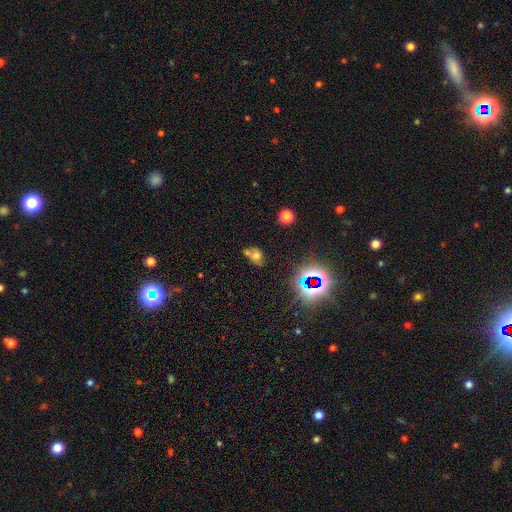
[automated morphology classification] Smooth or featured? smooth (53%)
How rounded? in between (63%)
Merging? none (37%)